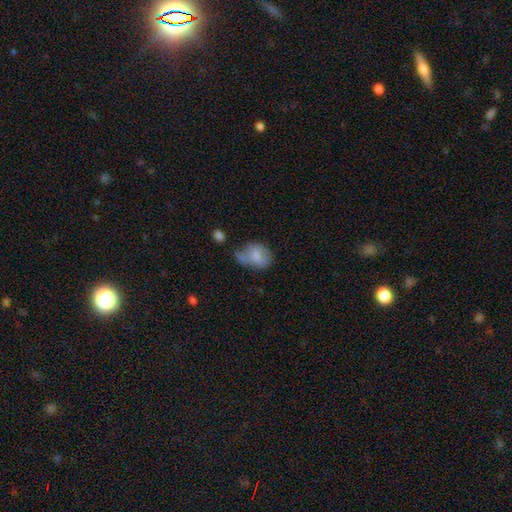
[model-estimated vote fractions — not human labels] smooth 72%, featured or disk 20%, star or artifact 9%. Down the decision tree: how rounded — in between (78%); merging — none (34%, tied with minor disturbance).